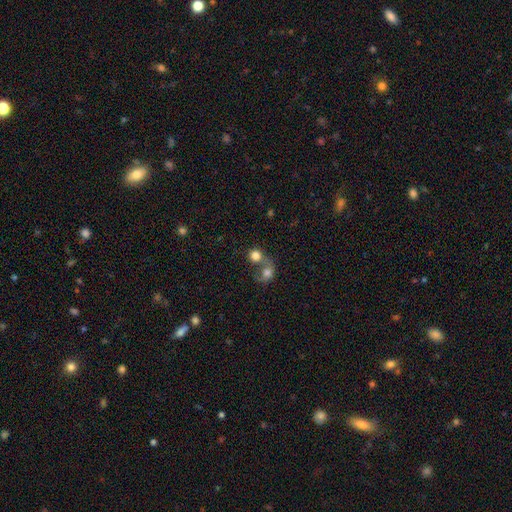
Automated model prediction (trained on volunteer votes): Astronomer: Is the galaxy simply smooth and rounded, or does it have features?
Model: smooth — 75%.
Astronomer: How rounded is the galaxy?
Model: round — 78%.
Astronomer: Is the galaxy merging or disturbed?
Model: merger — 63%.